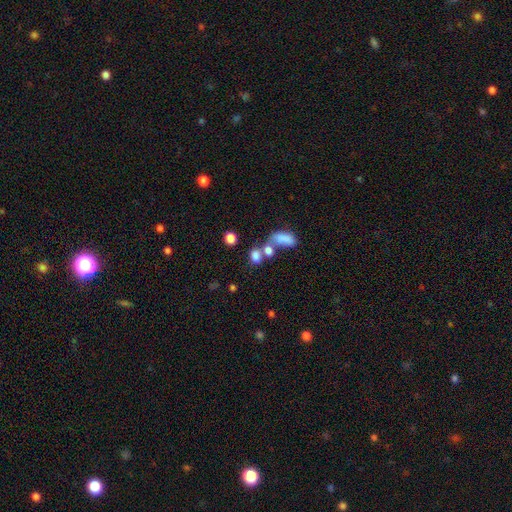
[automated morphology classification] This is likely a smooth galaxy (77%). How rounded: likely in between (70%). Merging: possibly merger (46%).